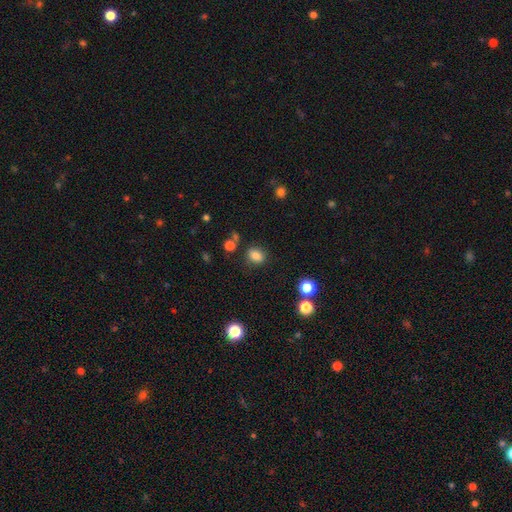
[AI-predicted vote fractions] A smooth galaxy with no disk features (83%) that is in between round and cigar-shaped (54%). Merging: none (79%).